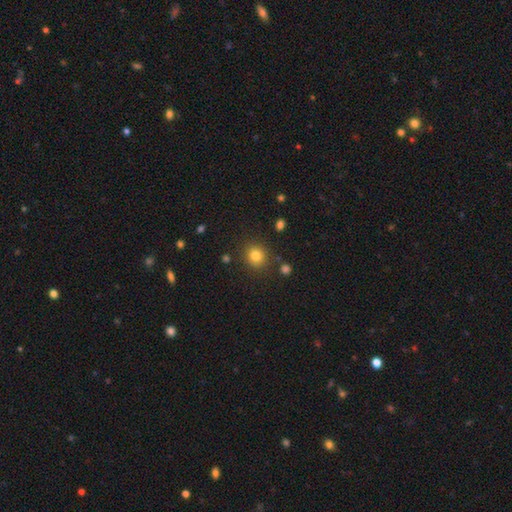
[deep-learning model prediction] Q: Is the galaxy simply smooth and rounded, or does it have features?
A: smooth — 82%.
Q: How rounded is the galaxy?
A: round — 88%.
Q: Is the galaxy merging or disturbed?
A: none — 87%.